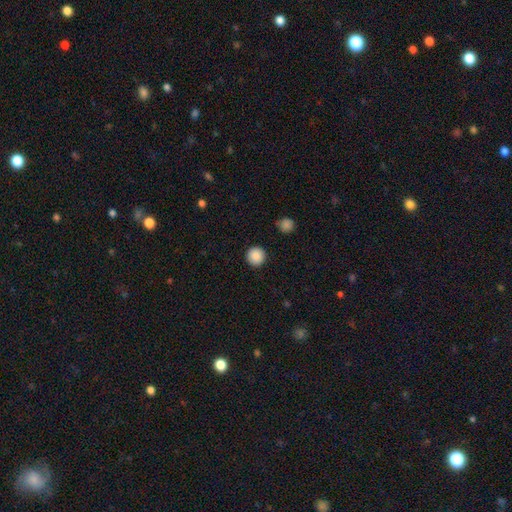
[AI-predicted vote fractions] The model was most divided on "smooth or featured": smooth: 89%, star or artifact: 8%, featured or disk: 3%. More confident: how rounded — round (95%); merging — none (92%).